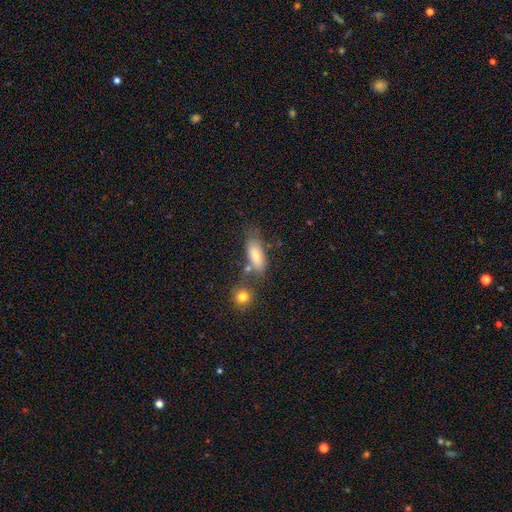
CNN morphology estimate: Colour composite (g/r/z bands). It shows a smooth galaxy with no disk features (72%) that is in between round and cigar-shaped (74%). Merging: none (54%).